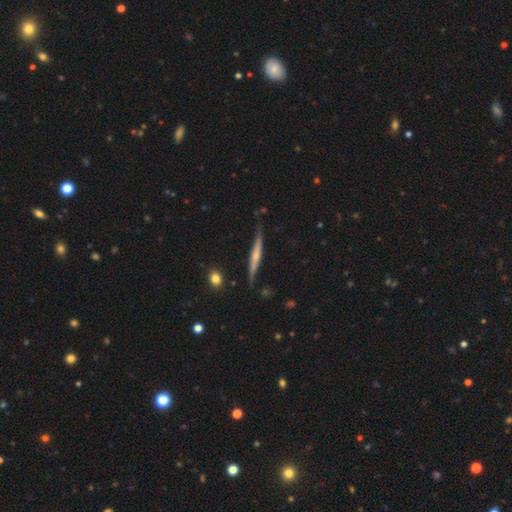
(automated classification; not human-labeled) Smooth or featured? Predicted: featured or disk (p=0.65). Edge-on disk? Predicted: yes (p=0.95). Edge-on bulge? Predicted: rounded (p=0.62). Merging? Predicted: none (p=0.76).